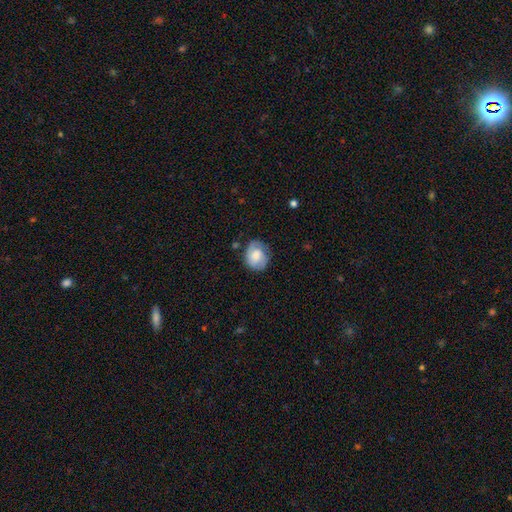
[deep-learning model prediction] featured or disk 49%, smooth 44%, star or artifact 7%. Down the decision tree: merging — none (70%).